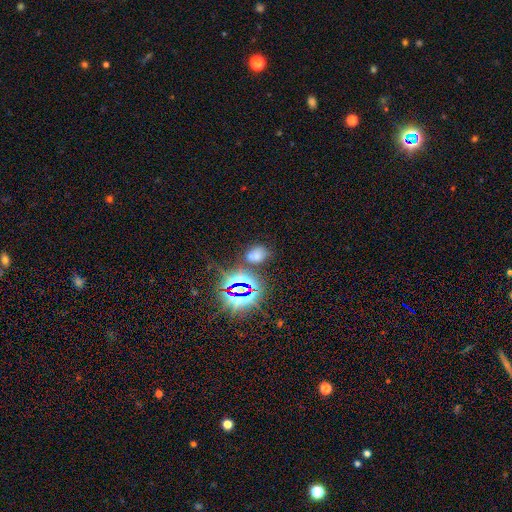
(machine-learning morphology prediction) smooth 50%, star or artifact 41%, featured or disk 9%. Down the decision tree: merging — none (65%).